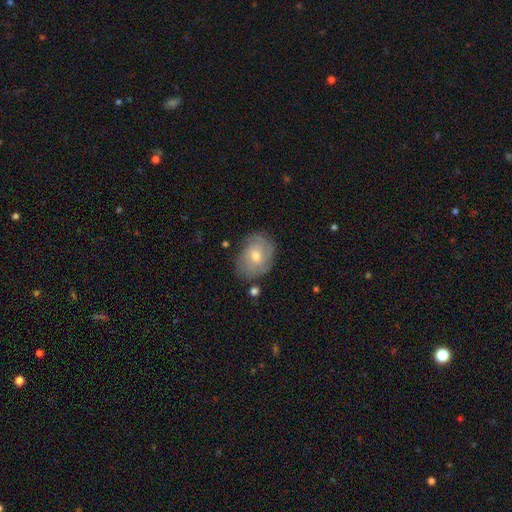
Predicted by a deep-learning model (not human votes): This is possibly a featured or disk galaxy (51%). It is clearly not viewed edge-on (95%). Merging: likely none (71%).